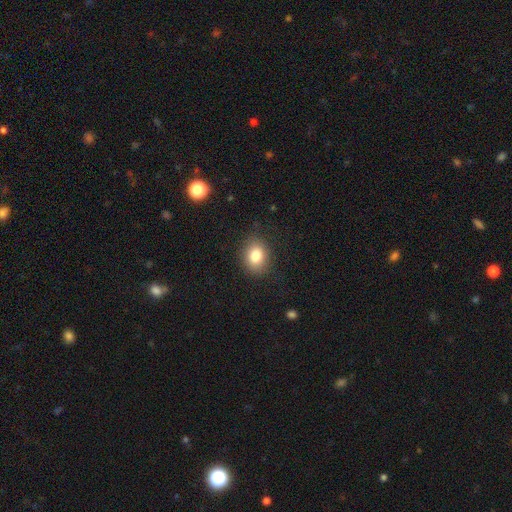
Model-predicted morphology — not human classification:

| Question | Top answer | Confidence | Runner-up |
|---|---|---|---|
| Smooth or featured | smooth | 82% | star or artifact (10%) |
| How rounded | in between | 53% | round (46%) |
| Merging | none | 84% | minor disturbance (12%) |